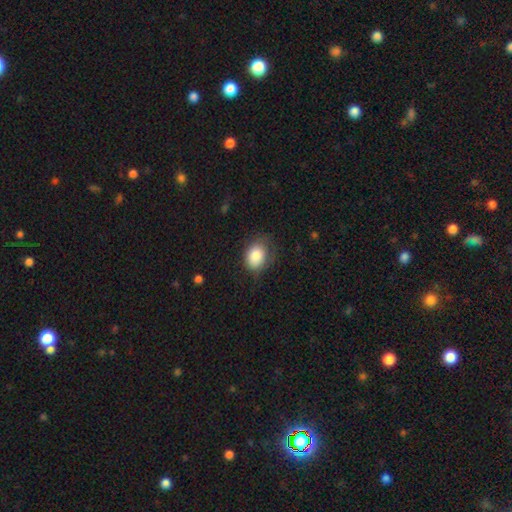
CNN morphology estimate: smooth-or-featured: smooth: 84% | featured or disk: 8% | star or artifact: 8%
  how-rounded: in between: 65% | round: 35% | cigar-shaped: 1%
  merging: none: 60% | minor disturbance: 28% | major disturbance: 10% | merger: 1%